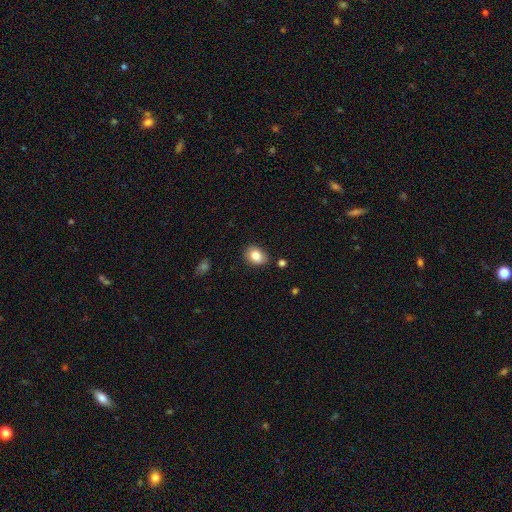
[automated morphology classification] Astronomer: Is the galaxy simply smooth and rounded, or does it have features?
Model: smooth — 84%.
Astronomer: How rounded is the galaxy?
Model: in between — 70%.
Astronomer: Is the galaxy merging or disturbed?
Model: none — 80%.